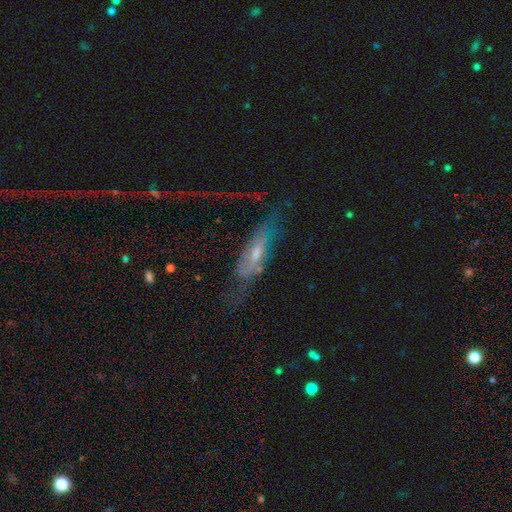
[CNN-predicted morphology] This appears to be a featured or disk galaxy (59%). Merging: none (49%).